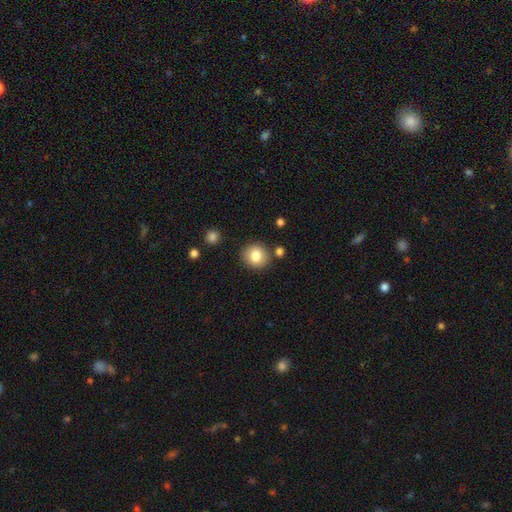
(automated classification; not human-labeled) smooth_or_featured: smooth (p=0.82) [alt: star or artifact p=0.09]
how_rounded: round (p=0.87) [alt: in between p=0.12]
merging: none (p=0.84) [alt: minor disturbance p=0.09]